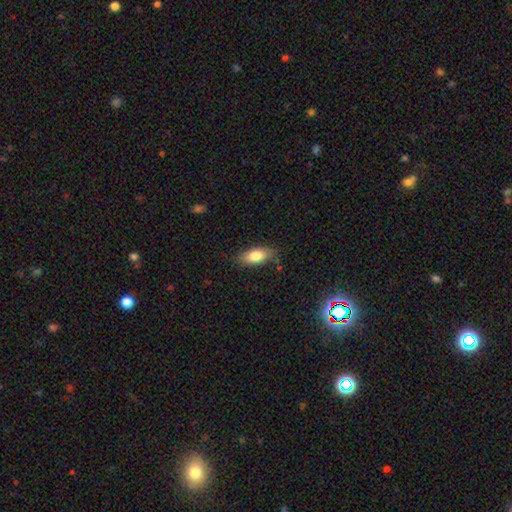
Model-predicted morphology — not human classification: A smooth galaxy with no disk features (79%) that is in between round and cigar-shaped (85%).

Vote fractions:
- Smooth or featured? smooth: 79% / featured or disk: 14% / star or artifact: 7%
- How rounded? in between: 85% / cigar-shaped: 12% / round: 3%
- Merging? none: 76% / minor disturbance: 18% / major disturbance: 4% / merger: 2%